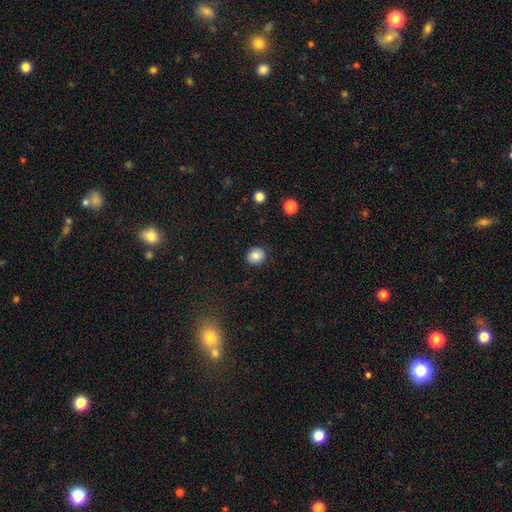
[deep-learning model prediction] Smooth or featured? Predicted: smooth (p=0.81). How rounded? Predicted: round (p=0.82). Merging? Predicted: none (p=0.88).